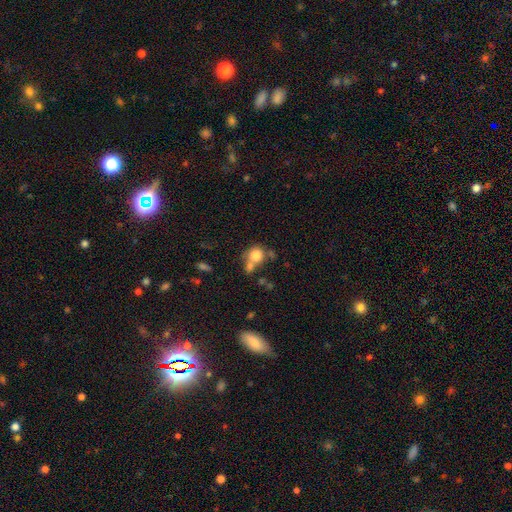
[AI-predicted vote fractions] Smooth or featured?
  - smooth: 79% *
  - featured or disk: 11%
  - star or artifact: 10%
How rounded?
  - round: 79% *
  - in between: 20%
  - cigar-shaped: 1%
Merging?
  - none: 41% *
  - merger: 40%
  - minor disturbance: 12%
  - major disturbance: 7%